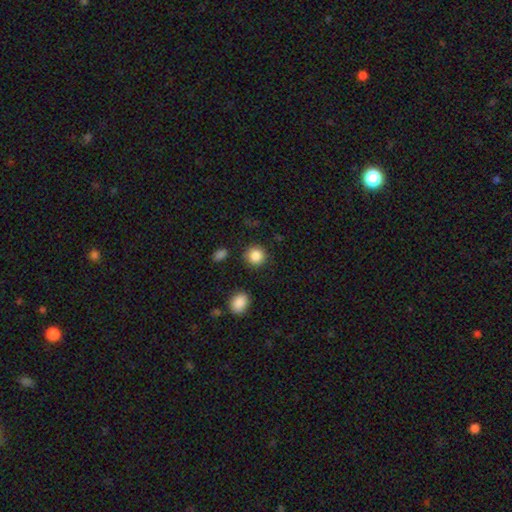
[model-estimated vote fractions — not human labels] smooth_or_featured: smooth (p=0.87) [alt: star or artifact p=0.09]
how_rounded: round (p=0.91) [alt: in between p=0.08]
merging: none (p=0.87) [alt: minor disturbance p=0.08]